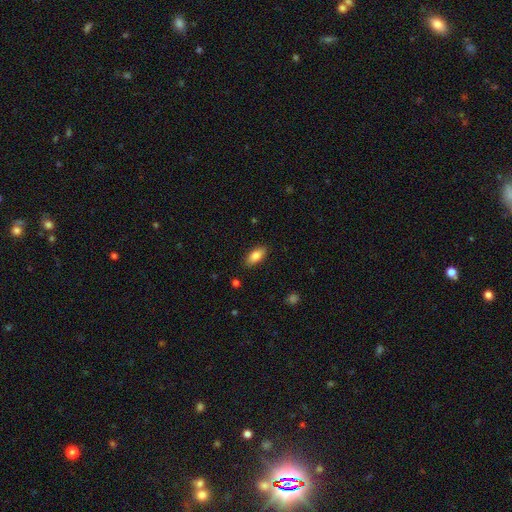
Overall: smooth (90%). How rounded: in between (92%). Merging: none (90%).